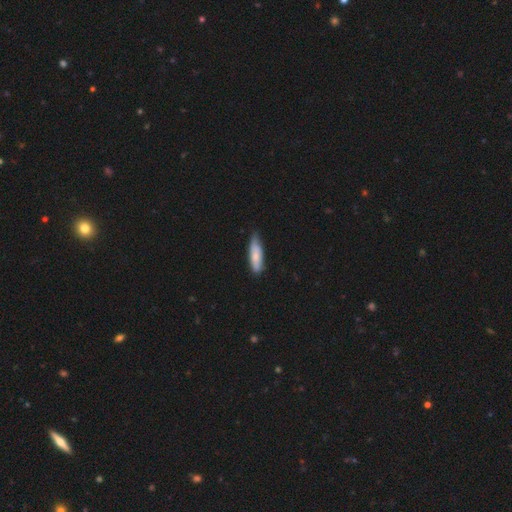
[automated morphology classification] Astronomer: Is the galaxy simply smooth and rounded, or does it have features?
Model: smooth — 75%.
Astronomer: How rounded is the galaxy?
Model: cigar-shaped — 54% (runner-up: in between, 44%).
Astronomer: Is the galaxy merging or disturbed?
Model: none — 63%.